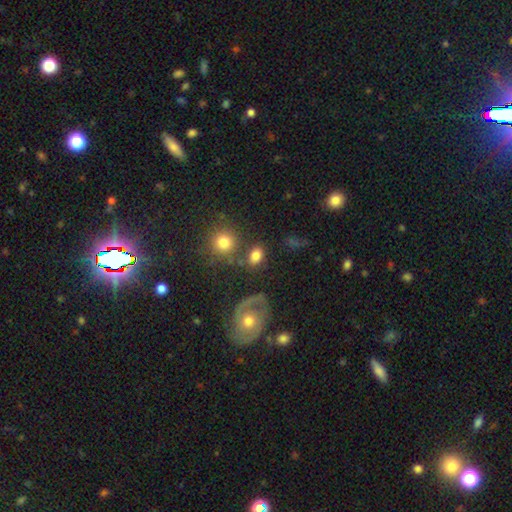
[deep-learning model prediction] A smooth galaxy with no disk features (77%) that is in between round and cigar-shaped (70%). Merging: none (67%).